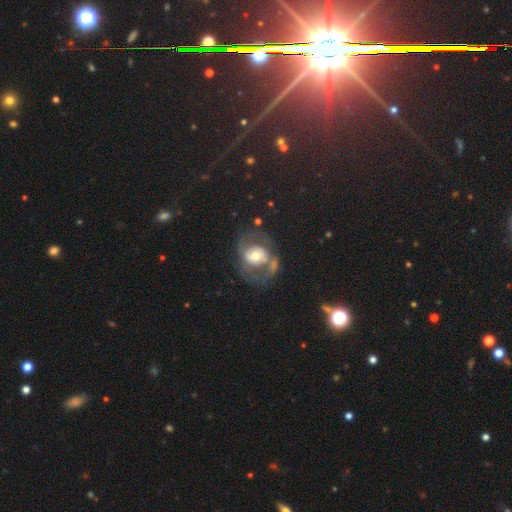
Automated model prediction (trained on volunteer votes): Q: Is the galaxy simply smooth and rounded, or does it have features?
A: featured or disk — 62%.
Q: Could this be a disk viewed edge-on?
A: no — 96%.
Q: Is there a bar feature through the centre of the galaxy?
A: no — 64%.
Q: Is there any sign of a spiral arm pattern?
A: yes — 52%.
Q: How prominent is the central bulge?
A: moderate — 63%.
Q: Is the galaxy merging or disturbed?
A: none — 49%.